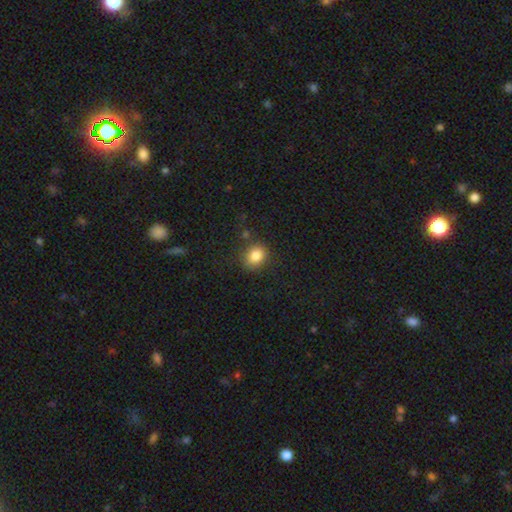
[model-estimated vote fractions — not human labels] Smooth or featured? Predicted: smooth (p=0.84). How rounded? Predicted: round (p=0.54). Merging? Predicted: none (p=0.79).